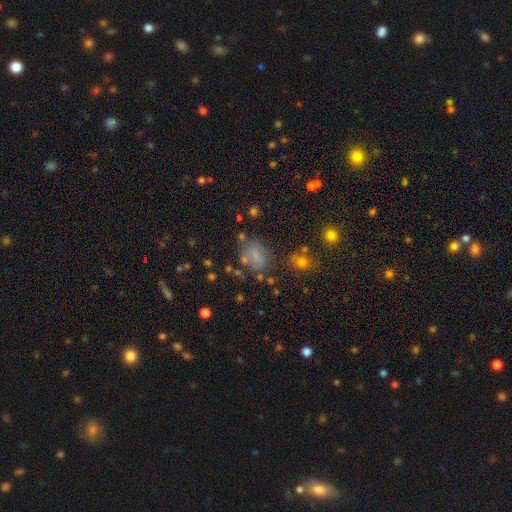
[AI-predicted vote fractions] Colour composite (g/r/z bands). It shows a smooth galaxy with no disk features (66%) that is in between round and cigar-shaped (64%). Merging: none (61%).